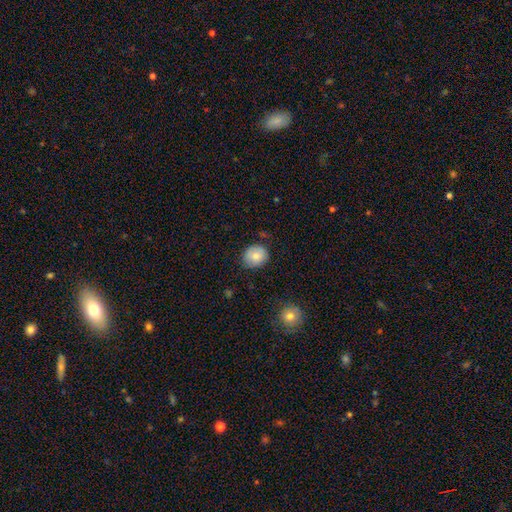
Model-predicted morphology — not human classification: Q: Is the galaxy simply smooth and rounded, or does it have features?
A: smooth — 80%.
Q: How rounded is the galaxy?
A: round — 74%.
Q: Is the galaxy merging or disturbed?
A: none — 79%.